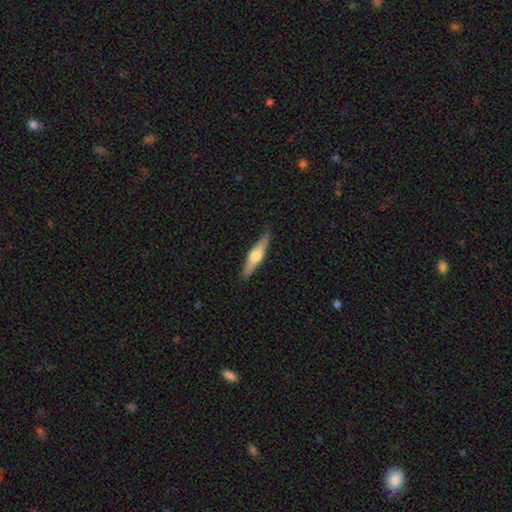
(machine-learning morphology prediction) smooth-or-featured: featured or disk: 59% | smooth: 36% | star or artifact: 5%
  disk-edge-on: yes: 95% | no: 5%
    edge-on-bulge: rounded: 93% | boxy: 4% | none: 3%
  merging: none: 89% | minor disturbance: 9% | major disturbance: 2% | merger: 1%